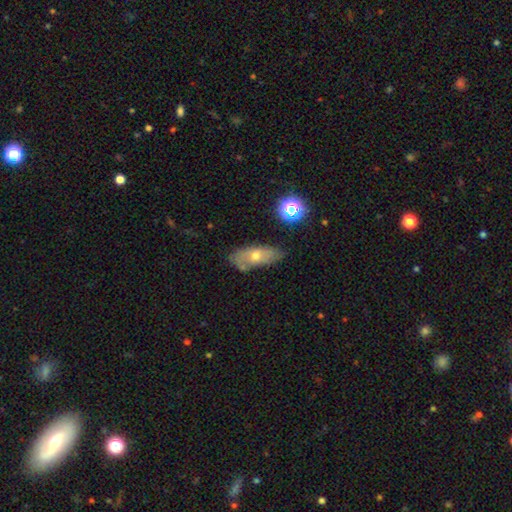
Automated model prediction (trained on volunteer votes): smooth 51%, featured or disk 37%, star or artifact 11%. Down the decision tree: how rounded — in between (75%); merging — none (60%).